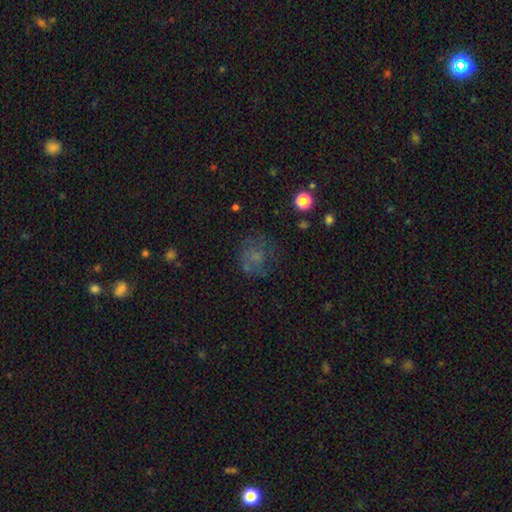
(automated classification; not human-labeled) smooth 55%, featured or disk 25%, star or artifact 20%. Down the decision tree: how rounded — round (77%); merging — none (58%).